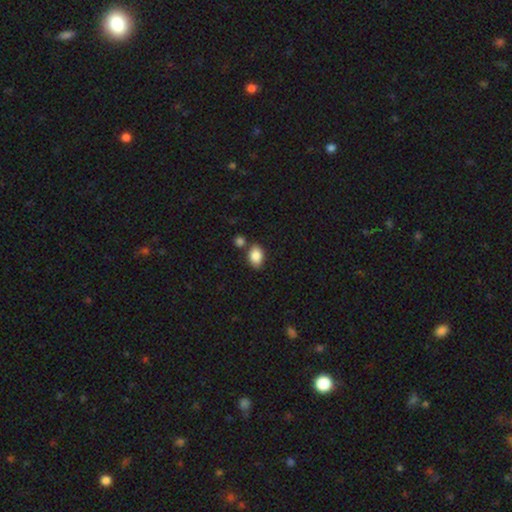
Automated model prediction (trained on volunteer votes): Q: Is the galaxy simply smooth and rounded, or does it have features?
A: smooth — 87%.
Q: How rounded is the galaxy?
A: in between — 80%.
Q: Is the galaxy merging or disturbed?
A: none — 73%.